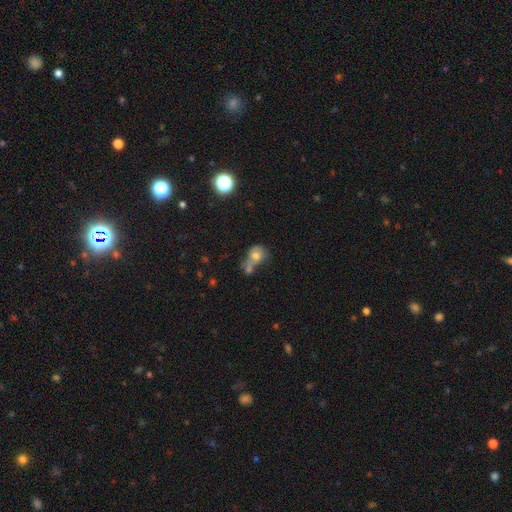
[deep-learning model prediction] Q: Smooth or featured?
A: smooth (65%); runner-up: featured or disk (23%)
Q: How rounded?
A: round (51%); runner-up: in between (47%)
Q: Merging?
A: merger (49%); runner-up: none (23%)